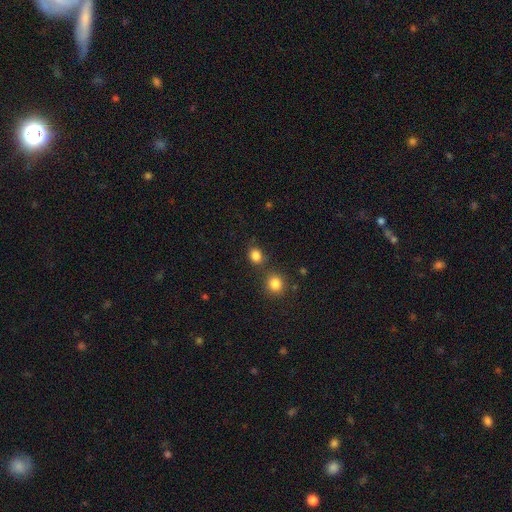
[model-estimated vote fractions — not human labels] The model was most divided on "how rounded": round: 59%, in between: 39%, cigar-shaped: 1%. More confident: smooth or featured — smooth (83%); merging — none (72%).